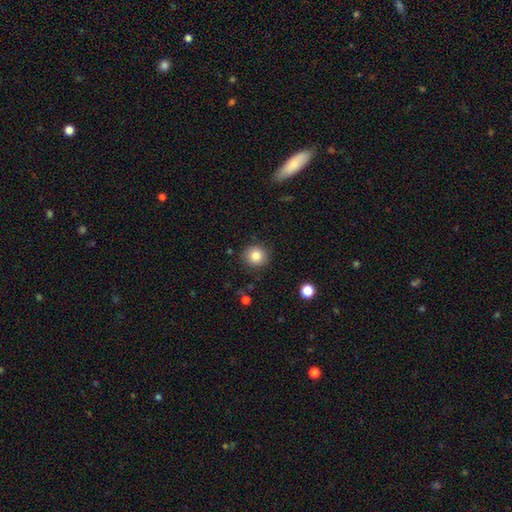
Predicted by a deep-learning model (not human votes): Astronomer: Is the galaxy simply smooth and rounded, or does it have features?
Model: smooth — 84%.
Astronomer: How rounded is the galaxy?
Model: round — 91%.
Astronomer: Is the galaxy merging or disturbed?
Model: none — 88%.